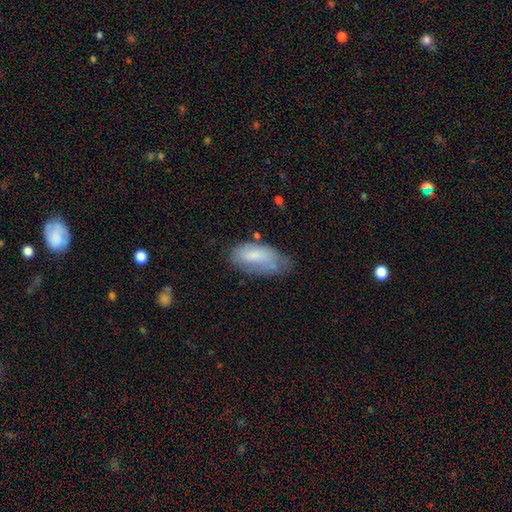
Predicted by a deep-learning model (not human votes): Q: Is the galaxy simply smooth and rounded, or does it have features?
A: smooth — 72%.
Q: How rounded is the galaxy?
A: in between — 93%.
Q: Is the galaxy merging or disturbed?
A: none — 43%.